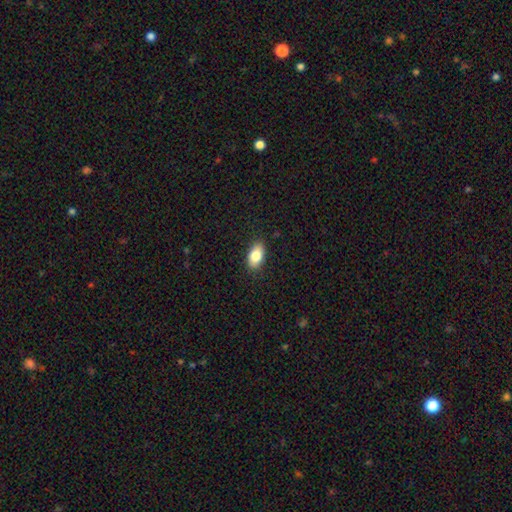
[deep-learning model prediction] smooth-or-featured: smooth: 83% | featured or disk: 10% | star or artifact: 7%
  how-rounded: in between: 92% | round: 5% | cigar-shaped: 3%
  merging: none: 86% | minor disturbance: 10% | major disturbance: 2% | merger: 1%